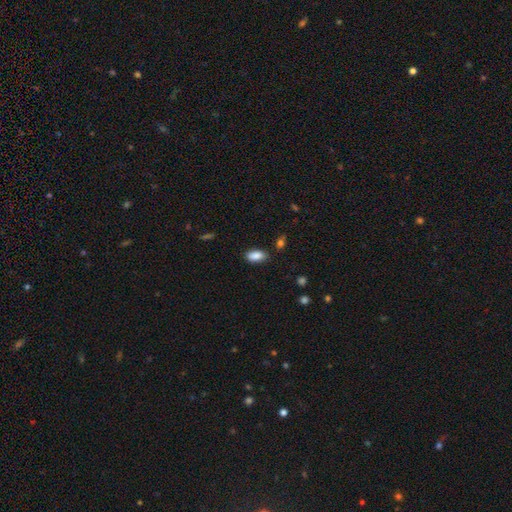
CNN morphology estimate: This appears to be a smooth galaxy with no disk features (88%) that is in between round and cigar-shaped (89%). Merging: none (84%).